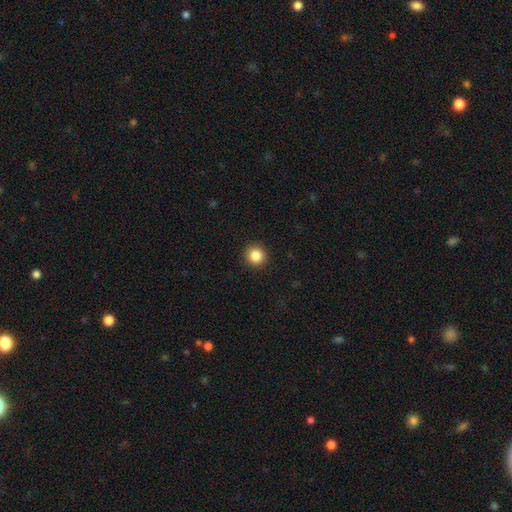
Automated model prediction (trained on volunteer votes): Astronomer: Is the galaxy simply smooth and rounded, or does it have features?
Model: smooth — 86%.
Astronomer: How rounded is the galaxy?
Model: round — 94%.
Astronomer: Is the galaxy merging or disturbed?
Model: none — 93%.